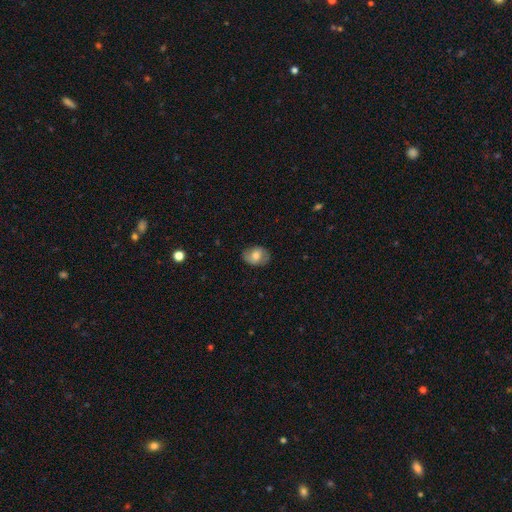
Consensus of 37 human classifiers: smooth_or_featured: smooth (p=0.65) [alt: featured or disk p=0.30]
how_rounded: in between (p=0.79) [alt: round p=0.21]
merging: none (p=0.91) [alt: minor disturbance p=0.09]